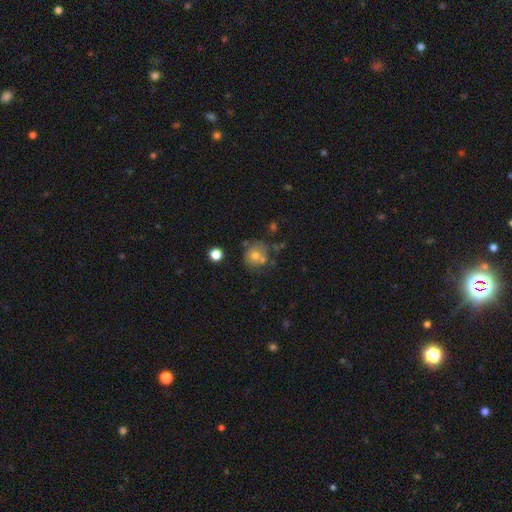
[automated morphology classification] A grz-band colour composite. It shows a smooth galaxy with no disk features (63%) that is round (82%). Merging: none (54%).